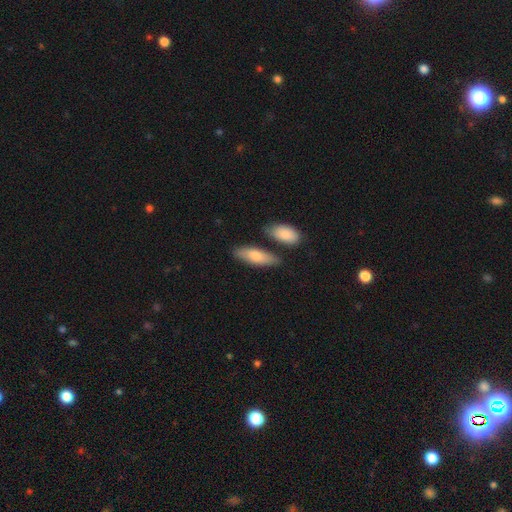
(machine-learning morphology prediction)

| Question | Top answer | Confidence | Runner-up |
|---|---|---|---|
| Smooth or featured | smooth | 76% | featured or disk (19%) |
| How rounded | in between | 63% | cigar-shaped (34%) |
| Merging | none | 74% | minor disturbance (13%) |